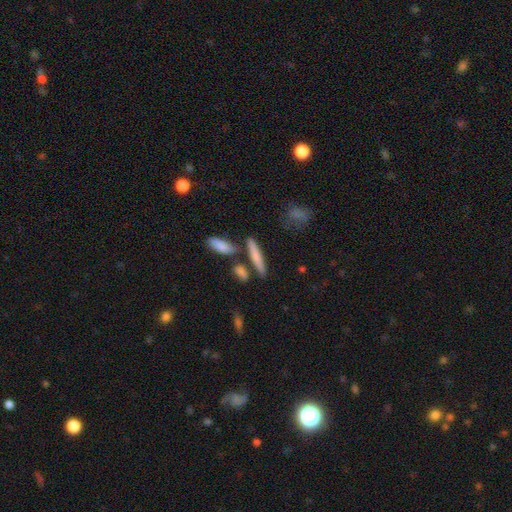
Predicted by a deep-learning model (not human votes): Morphology: type=smooth (69%); roundness=cigar-shaped (83%); merging=none (73%).